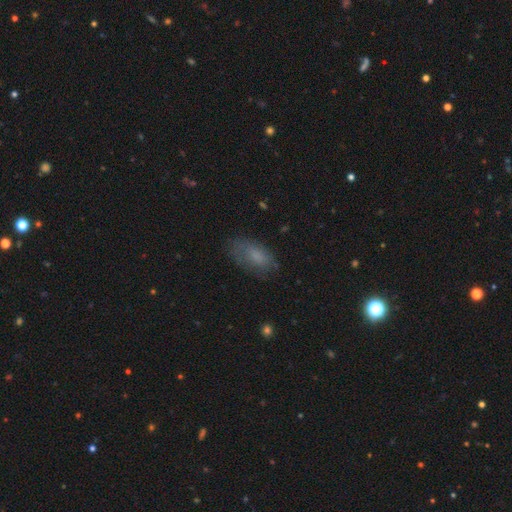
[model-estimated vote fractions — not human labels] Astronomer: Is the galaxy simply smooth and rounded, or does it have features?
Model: smooth — 74%.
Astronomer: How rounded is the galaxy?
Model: in between — 90%.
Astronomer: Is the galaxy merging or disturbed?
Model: none — 64%.